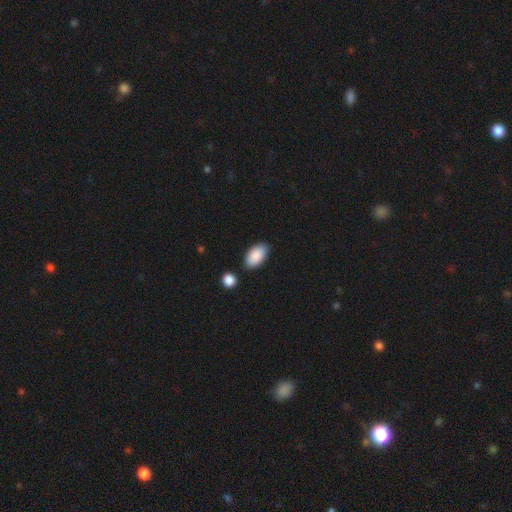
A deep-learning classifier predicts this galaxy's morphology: smooth 89%, star or artifact 6%, featured or disk 5%. Down the decision tree: how rounded — in between (95%); merging — none (82%).